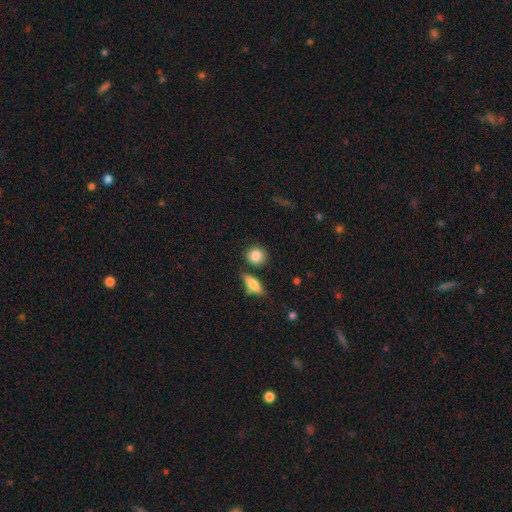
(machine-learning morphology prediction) Overall: smooth (86%). How rounded: round (81%). Merging: none (79%).